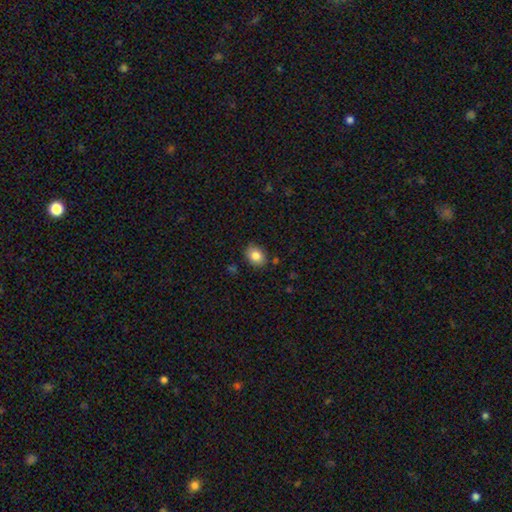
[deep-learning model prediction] Smooth or featured?
  - smooth: 85% *
  - star or artifact: 8%
  - featured or disk: 7%
How rounded?
  - in between: 68% *
  - round: 31%
  - cigar-shaped: 1%
Merging?
  - none: 81% *
  - minor disturbance: 14%
  - major disturbance: 3%
  - merger: 2%